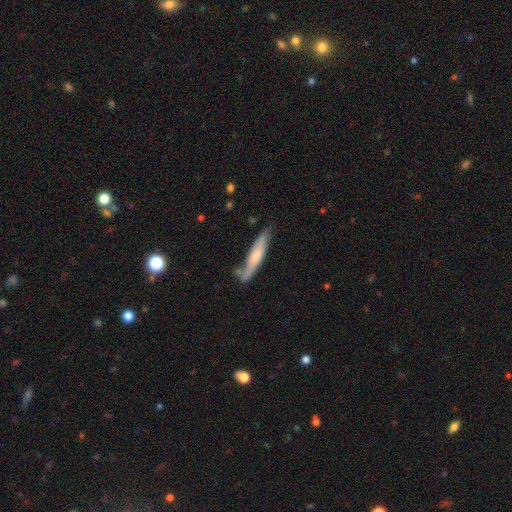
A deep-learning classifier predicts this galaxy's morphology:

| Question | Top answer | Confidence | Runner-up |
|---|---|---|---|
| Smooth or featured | smooth | 56% | featured or disk (39%) |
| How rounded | cigar-shaped | 87% | in between (11%) |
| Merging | none | 62% | minor disturbance (24%) |